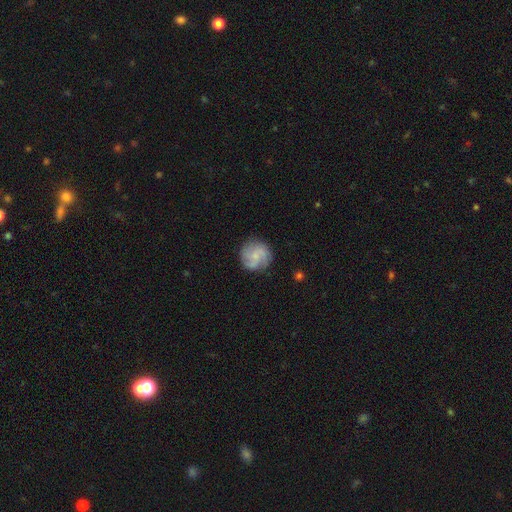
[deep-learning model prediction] This is possibly a featured or disk galaxy (50%). It is clearly not viewed edge-on (98%). Merging: likely none (77%).